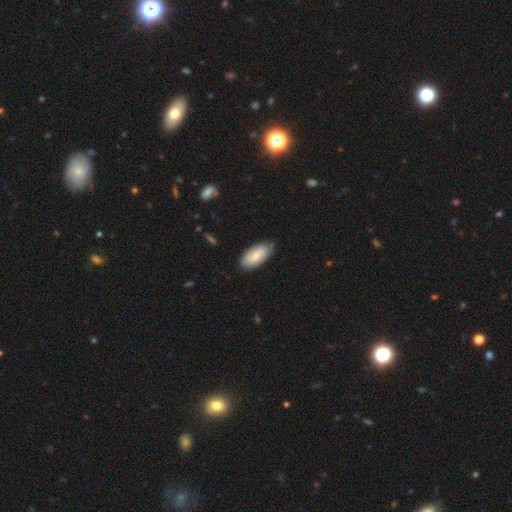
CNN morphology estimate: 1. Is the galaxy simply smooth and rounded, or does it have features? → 74% smooth, 21% featured or disk, 5% star or artifact.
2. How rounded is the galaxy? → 91% in between, 7% cigar-shaped, 2% round.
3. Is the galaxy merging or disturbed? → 82% none, 15% minor disturbance, 2% major disturbance, 1% merger.